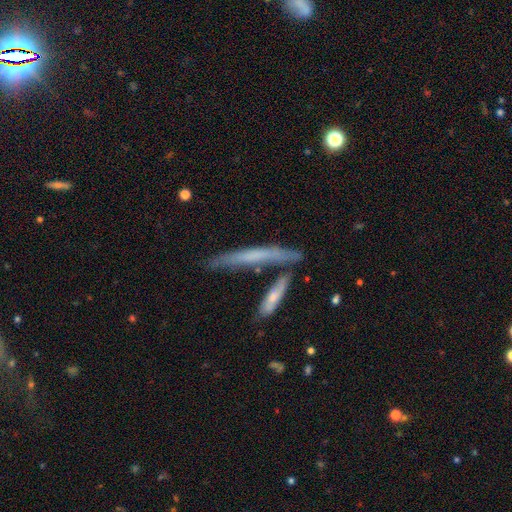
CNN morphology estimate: smooth 51%, featured or disk 42%, star or artifact 7%. Down the decision tree: how rounded — cigar-shaped (94%); merging — none (69%).